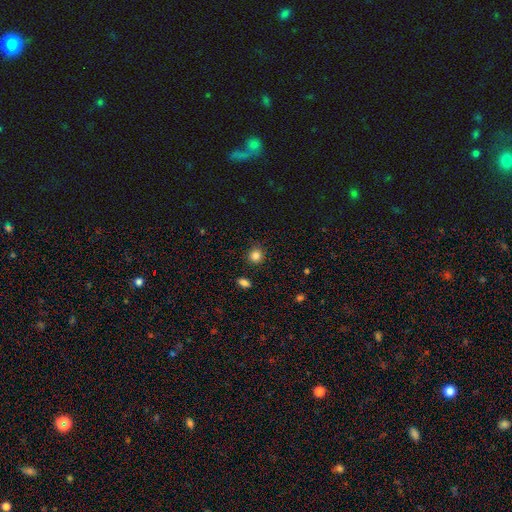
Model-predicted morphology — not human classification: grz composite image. It shows a smooth galaxy with no disk features (84%) that is round (90%). Merging: none (88%).